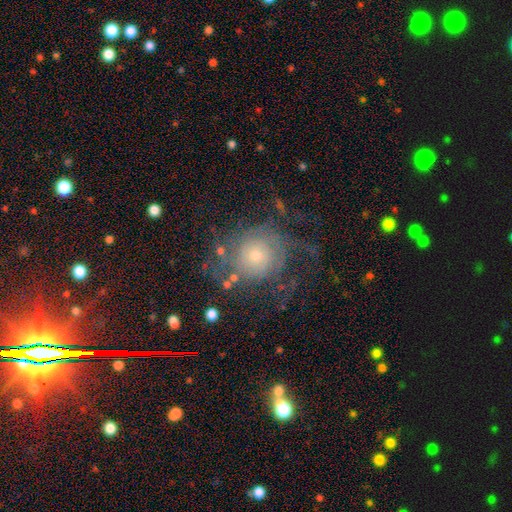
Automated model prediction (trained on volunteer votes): A featured or disk galaxy (70%) with no bar (83%), tight (50%) spiral arms (82%) and a small central bulge (58%). Merging: none (55%).